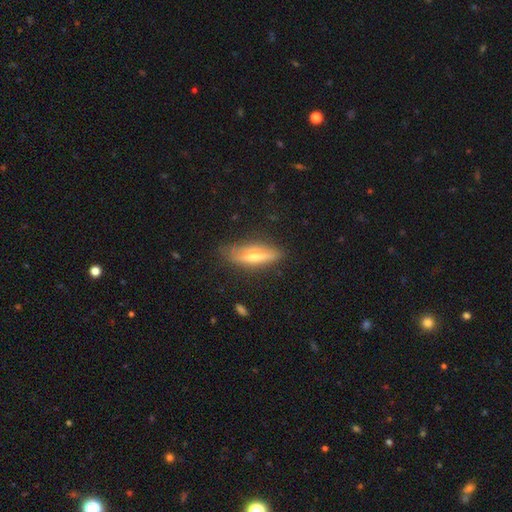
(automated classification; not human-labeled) A featured or disk galaxy (52%) viewed edge-on (86%). Merging: none (79%).